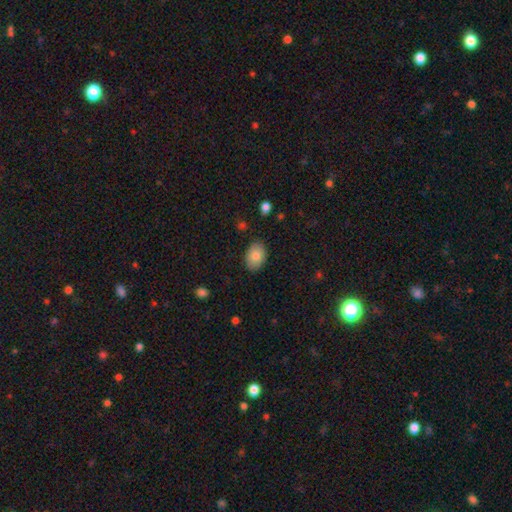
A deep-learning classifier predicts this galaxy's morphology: This appears to be a smooth galaxy with no disk features (81%) that is in between round and cigar-shaped (81%). Merging: none (85%).